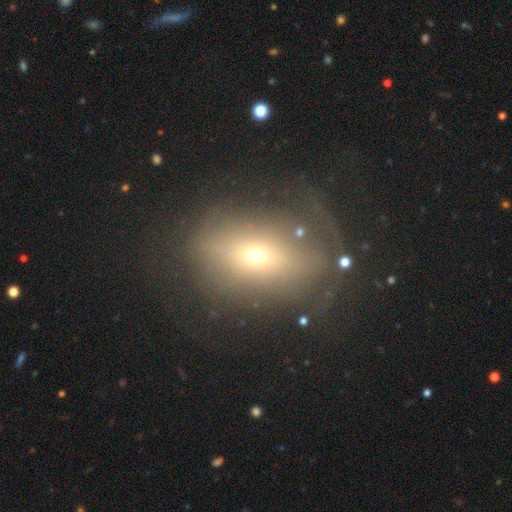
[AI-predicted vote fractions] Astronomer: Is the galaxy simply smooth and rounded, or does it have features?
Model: smooth — 49% (runner-up: featured or disk, 33%).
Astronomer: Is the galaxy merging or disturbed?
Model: none — 56%.